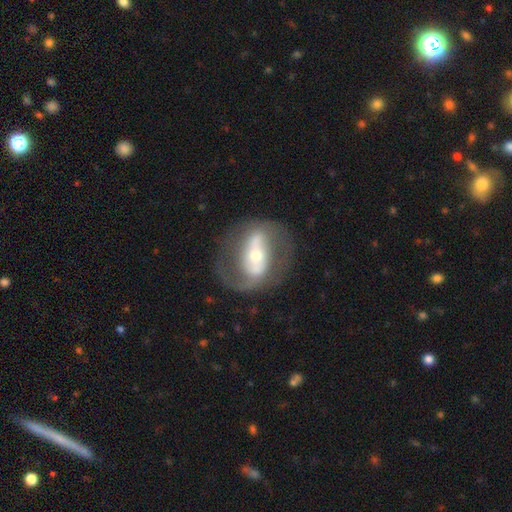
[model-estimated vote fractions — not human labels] Smooth or featured? featured or disk (80%)
Edge-on disk? no (93%)
Bar? strong (56%)
Spiral arms? yes (73%)
Spiral winding? medium (47%)
Spiral arm count? 2 (85%)
Bulge size? moderate (49%)
Merging? none (70%)